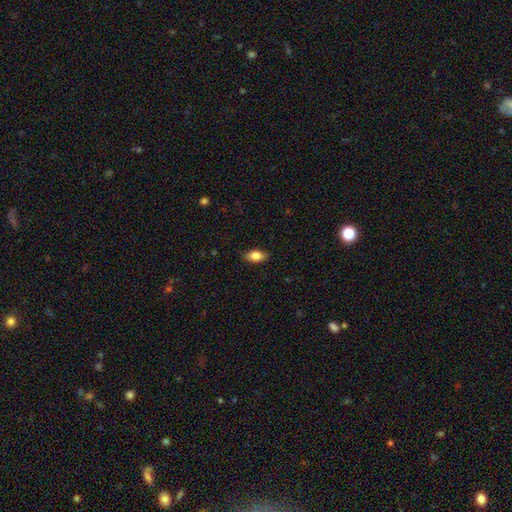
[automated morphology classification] This appears to be a smooth galaxy with no disk features (82%) that is in between round and cigar-shaped (89%). Merging: none (87%).